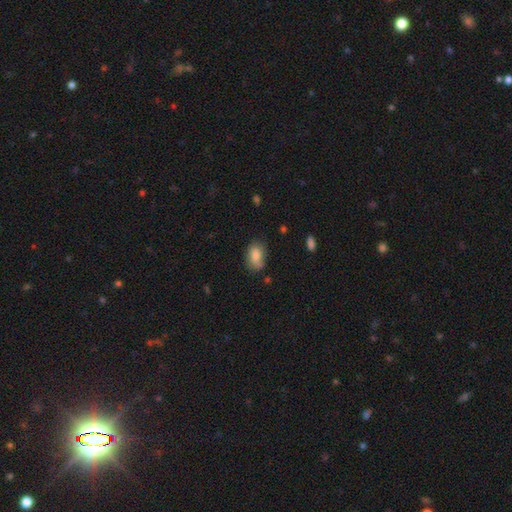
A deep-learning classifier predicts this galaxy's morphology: Smooth or featured?
  - smooth: 80% *
  - featured or disk: 12%
  - star or artifact: 8%
How rounded?
  - in between: 87% *
  - round: 11%
  - cigar-shaped: 2%
Merging?
  - none: 63% *
  - minor disturbance: 27%
  - major disturbance: 7%
  - merger: 3%